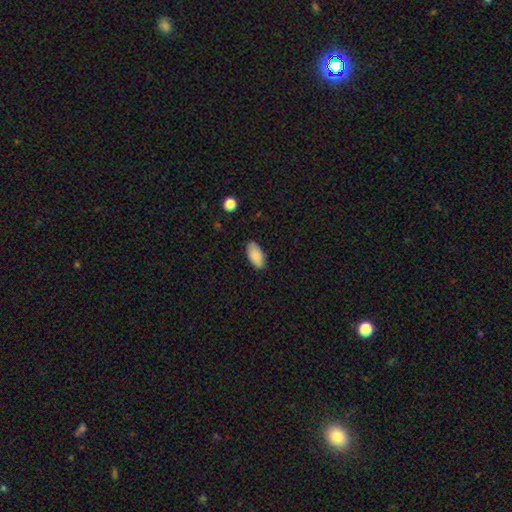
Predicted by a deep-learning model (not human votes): This is clearly a smooth galaxy (88%). How rounded: clearly in between (93%). Merging: clearly none (84%).